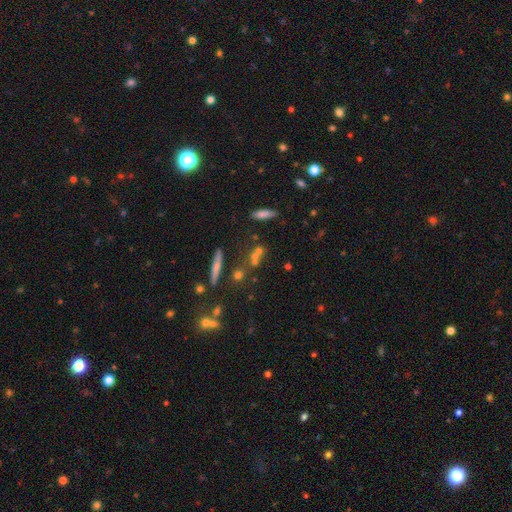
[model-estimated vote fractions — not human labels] A smooth galaxy with no disk features (45%). Merging: none (60%).